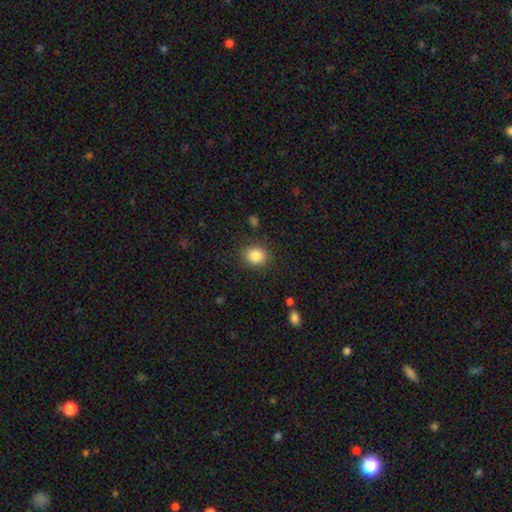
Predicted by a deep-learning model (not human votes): Morphology: type=smooth (86%); roundness=round (71%); merging=none (87%).